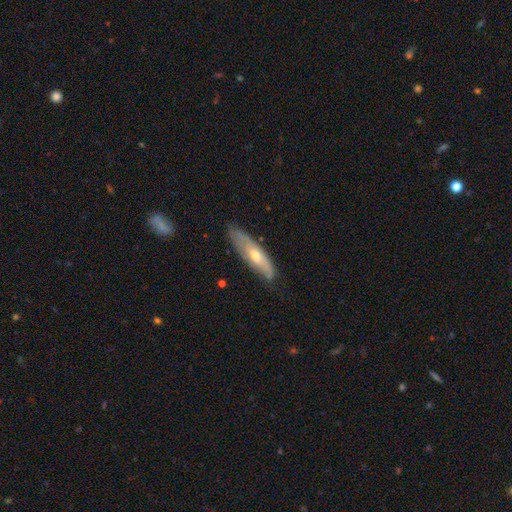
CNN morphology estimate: Q: Smooth or featured?
A: featured or disk (55%); runner-up: smooth (39%)
Q: Edge-on disk?
A: no (51%); runner-up: yes (49%)
Q: Merging?
A: none (71%); runner-up: minor disturbance (22%)